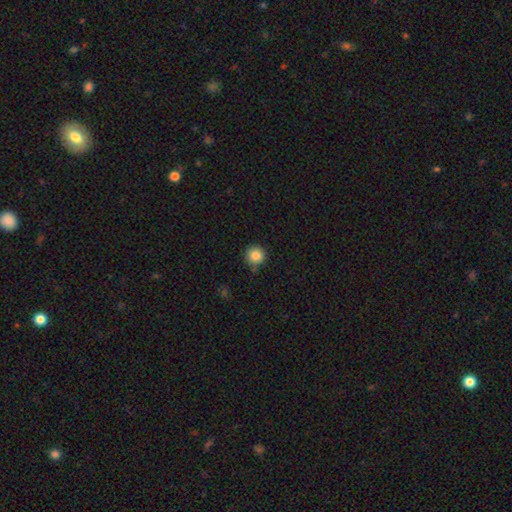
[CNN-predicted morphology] Q: Smooth or featured?
A: smooth (86%); runner-up: star or artifact (10%)
Q: How rounded?
A: round (94%); runner-up: in between (5%)
Q: Merging?
A: none (84%); runner-up: minor disturbance (11%)